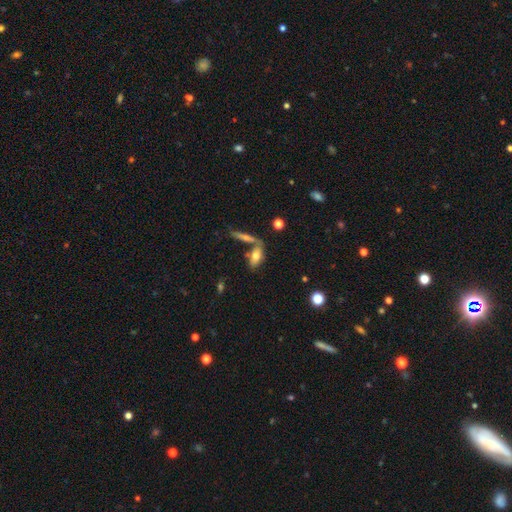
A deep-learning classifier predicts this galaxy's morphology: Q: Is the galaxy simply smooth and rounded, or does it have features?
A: smooth — 66%.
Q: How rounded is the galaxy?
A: in between — 73%.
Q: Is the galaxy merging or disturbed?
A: none — 51%.